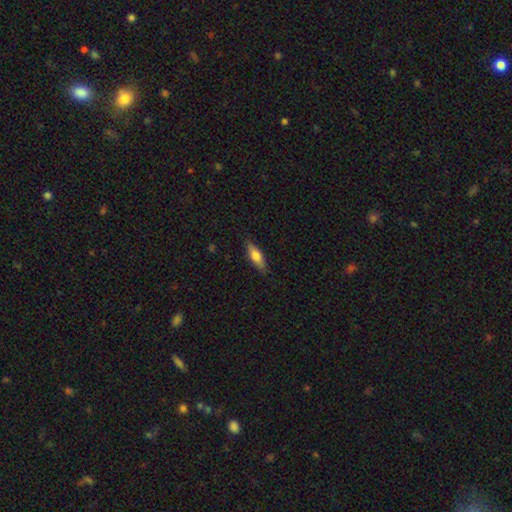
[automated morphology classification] smooth_or_featured: smooth (p=0.66) [alt: featured or disk p=0.28]
how_rounded: in between (p=0.50) [alt: cigar-shaped p=0.47]
merging: none (p=0.85) [alt: minor disturbance p=0.11]